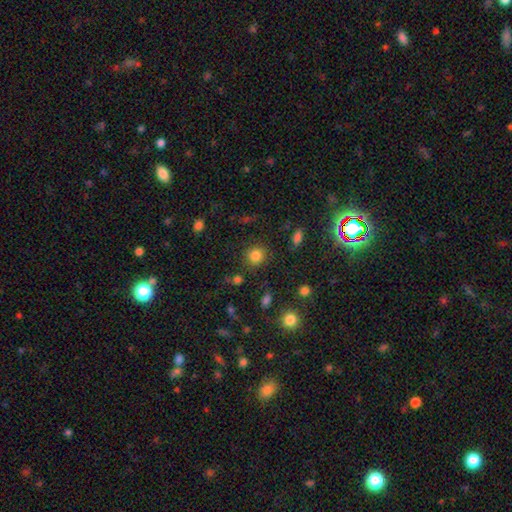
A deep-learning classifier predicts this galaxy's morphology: The model was most divided on "smooth or featured": smooth: 82%, star or artifact: 13%, featured or disk: 6%. More confident: how rounded — round (87%); merging — none (86%).